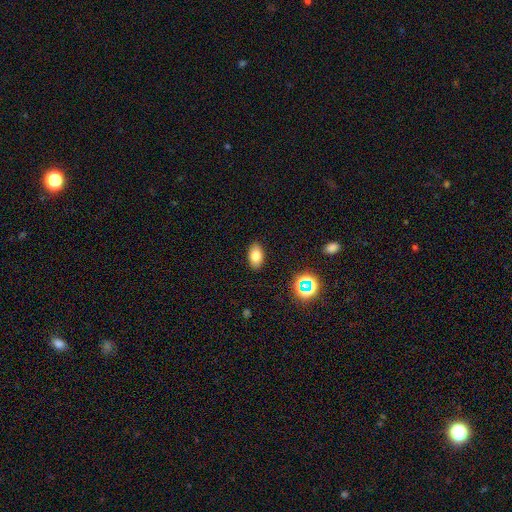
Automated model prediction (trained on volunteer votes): Q: Smooth or featured?
A: smooth (78%); runner-up: star or artifact (12%)
Q: How rounded?
A: in between (90%); runner-up: round (8%)
Q: Merging?
A: none (87%); runner-up: minor disturbance (9%)